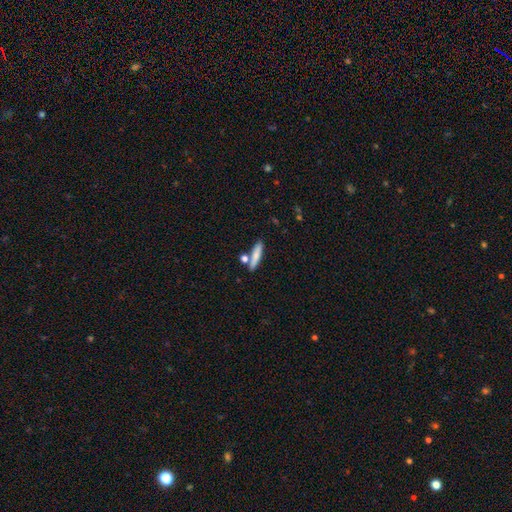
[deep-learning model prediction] smooth-or-featured: smooth: 78% | featured or disk: 16% | star or artifact: 6%
  how-rounded: cigar-shaped: 77% | in between: 19% | round: 3%
  merging: none: 73% | merger: 14% | minor disturbance: 11% | major disturbance: 3%